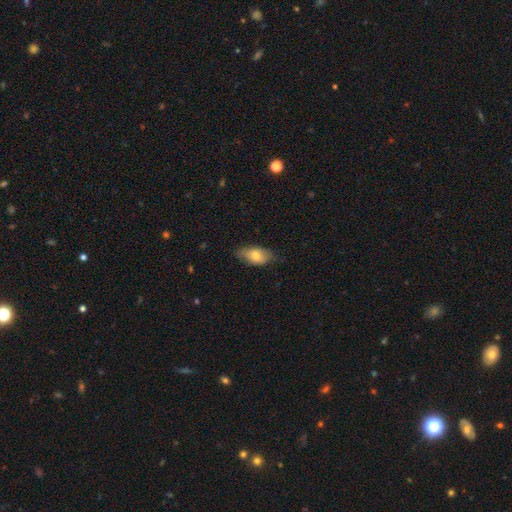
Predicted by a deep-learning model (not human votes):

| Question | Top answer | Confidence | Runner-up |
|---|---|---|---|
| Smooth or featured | smooth | 70% | featured or disk (23%) |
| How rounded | in between | 91% | round (5%) |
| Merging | none | 75% | minor disturbance (21%) |